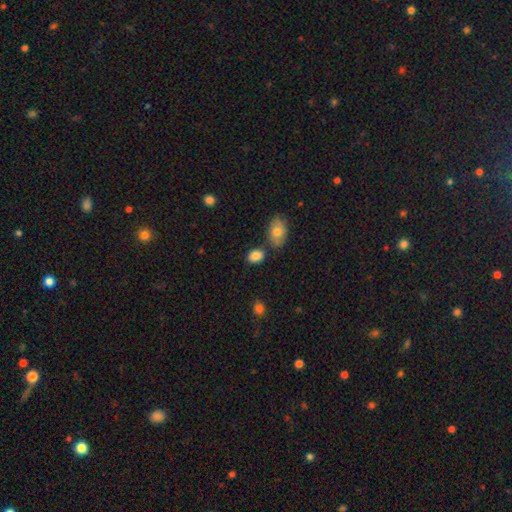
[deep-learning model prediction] A smooth galaxy with no disk features (86%) that is in between round and cigar-shaped (76%).

Vote fractions:
- Smooth or featured? smooth: 86% / star or artifact: 9% / featured or disk: 5%
- How rounded? in between: 76% / round: 22% / cigar-shaped: 1%
- Merging? none: 73% / minor disturbance: 13% / merger: 10% / major disturbance: 3%